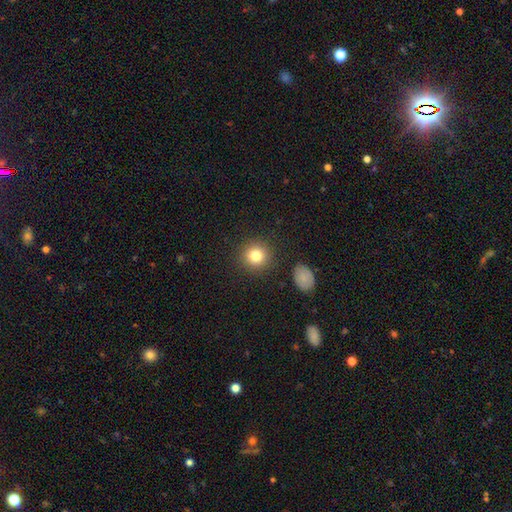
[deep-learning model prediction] A smooth galaxy with no disk features (81%) that is round (92%). Merging: none (89%).